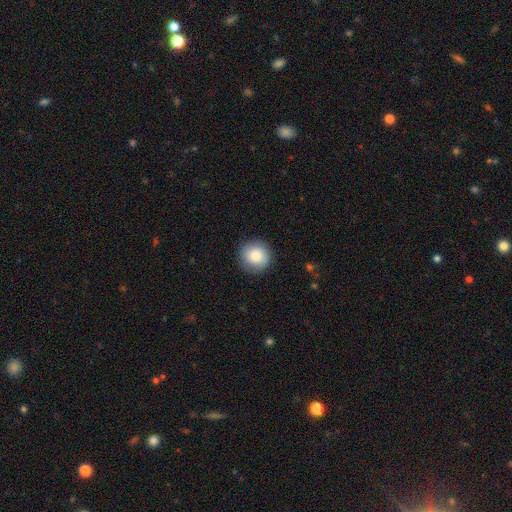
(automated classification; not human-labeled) smooth-or-featured: smooth: 83% | featured or disk: 9% | star or artifact: 8%
  how-rounded: round: 93% | in between: 6% | cigar-shaped: 1%
  merging: none: 88% | minor disturbance: 8% | major disturbance: 2% | merger: 1%